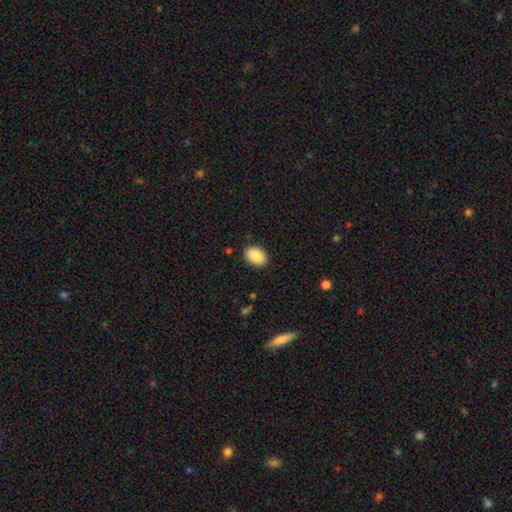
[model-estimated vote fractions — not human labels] Smooth or featured? smooth (88%)
How rounded? in between (85%)
Merging? none (87%)